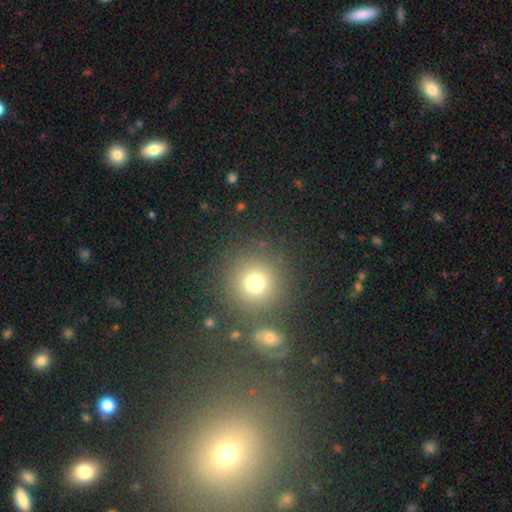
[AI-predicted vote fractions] Smooth or featured?
  - smooth: 60% *
  - star or artifact: 31%
  - featured or disk: 8%
How rounded?
  - round: 92% *
  - in between: 6%
  - cigar-shaped: 1%
Merging?
  - none: 83% *
  - merger: 7%
  - minor disturbance: 6%
  - major disturbance: 3%